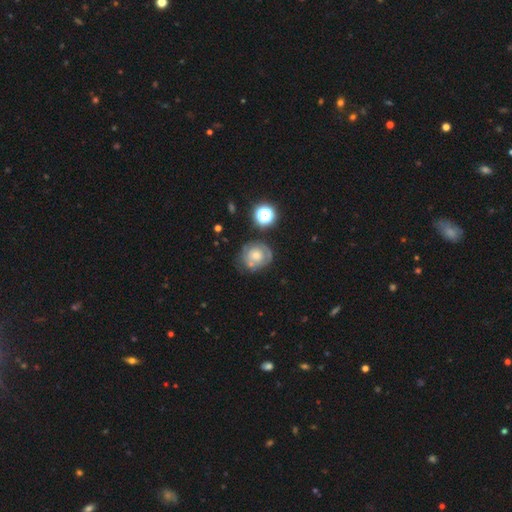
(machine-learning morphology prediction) This appears to be a featured or disk galaxy (59%) with no bar (82%), spiral arms (64%) and a moderate central bulge (48%). Merging: none (61%).